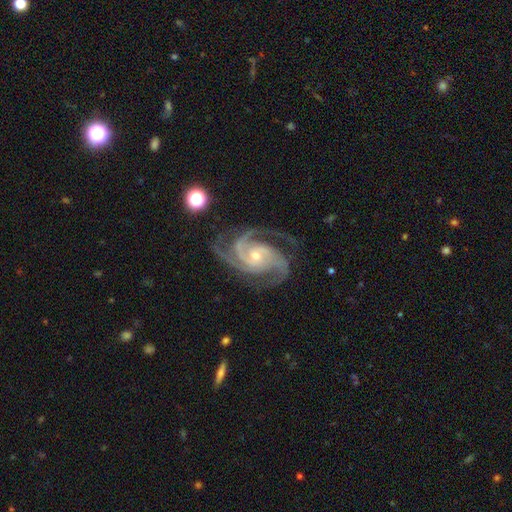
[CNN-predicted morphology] type=featured or disk (94%); edge-on=no (98%); bar=no (64%); spiral arms=yes (99%); winding=medium (47%, tied with tight); arm count=3 (61%); bulge=small (61%); merging=none (73%).